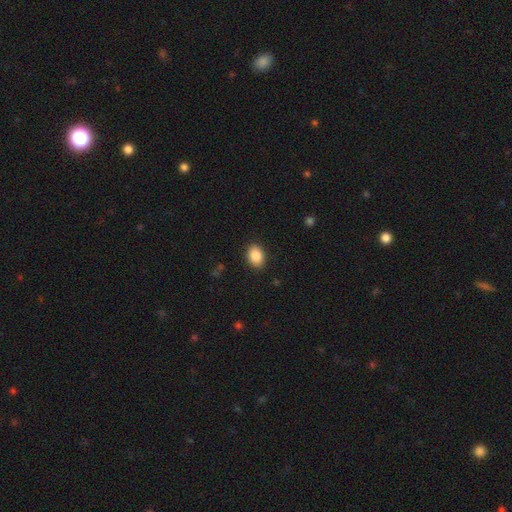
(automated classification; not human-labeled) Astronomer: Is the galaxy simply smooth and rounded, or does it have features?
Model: smooth — 88%.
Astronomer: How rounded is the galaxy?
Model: in between — 73%.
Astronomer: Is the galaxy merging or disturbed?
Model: none — 89%.